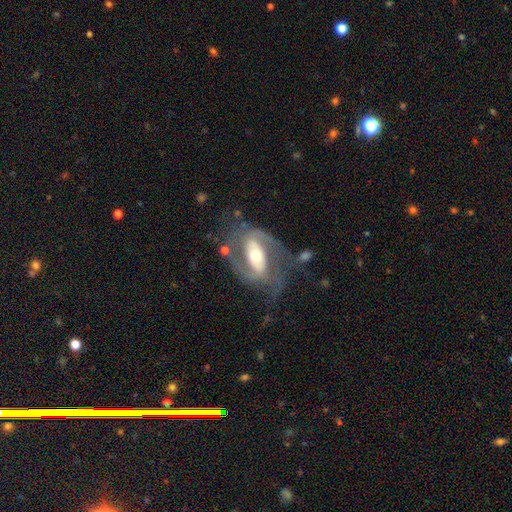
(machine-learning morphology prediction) Smooth or featured? Predicted: featured or disk (p=0.85). Edge-on disk? Predicted: no (p=0.95). Bar? Predicted: strong (p=0.46). Spiral arms? Predicted: yes (p=0.90). Spiral winding? Predicted: medium (p=0.50). Spiral arm count? Predicted: 2 (p=0.85). Bulge size? Predicted: moderate (p=0.66). Merging? Predicted: none (p=0.55).